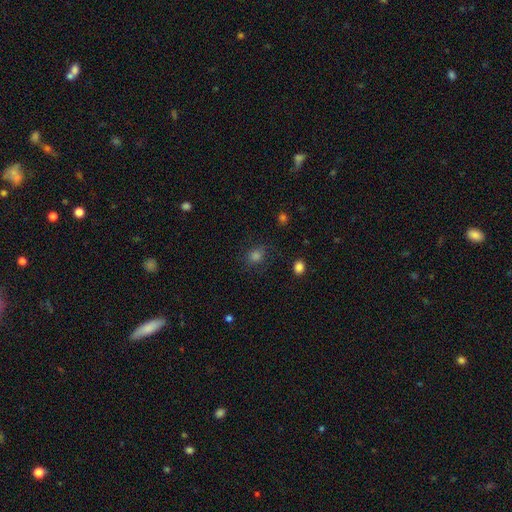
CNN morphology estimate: Q: Smooth or featured?
A: smooth (69%); runner-up: star or artifact (23%)
Q: How rounded?
A: round (69%); runner-up: in between (30%)
Q: Merging?
A: none (78%); runner-up: minor disturbance (14%)